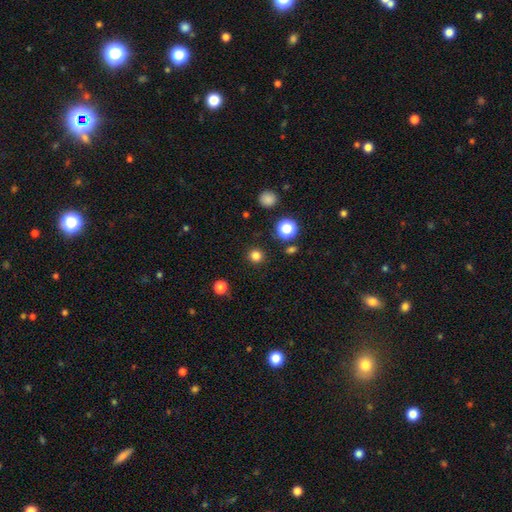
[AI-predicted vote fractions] This appears to be a smooth galaxy with no disk features (81%) that is round (94%). Merging: none (91%).